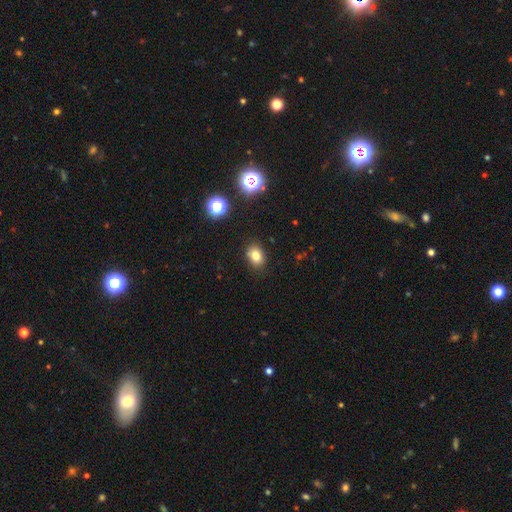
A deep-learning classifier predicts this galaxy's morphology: Smooth or featured? smooth (78%)
How rounded? in between (62%)
Merging? none (85%)